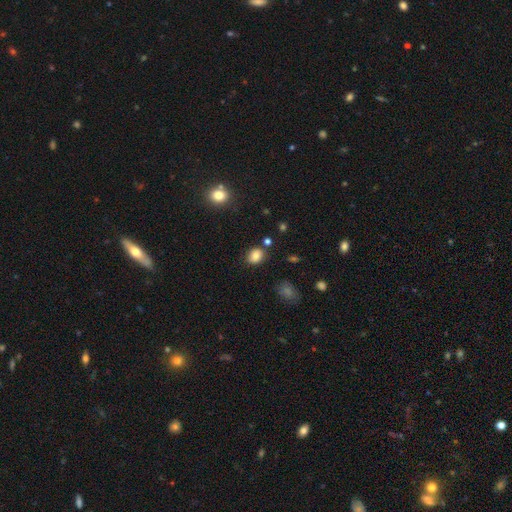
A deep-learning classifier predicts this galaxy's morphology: A smooth galaxy with no disk features (83%) that is in between round and cigar-shaped (53%).

Vote fractions:
- Smooth or featured? smooth: 83% / star or artifact: 11% / featured or disk: 6%
- How rounded? in between: 53% / round: 46% / cigar-shaped: 1%
- Merging? none: 80% / minor disturbance: 12% / merger: 5% / major disturbance: 3%